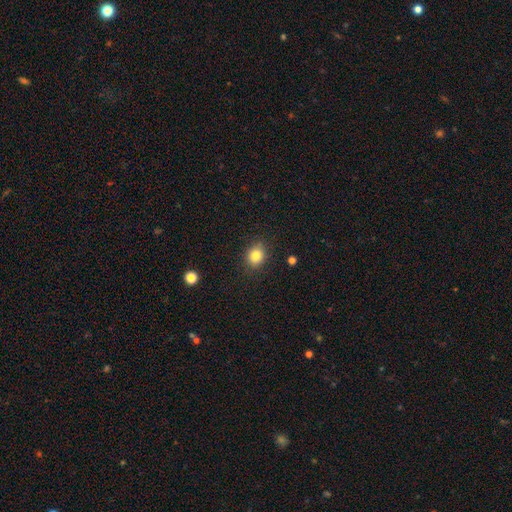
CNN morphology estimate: type=smooth (83%); roundness=round (63%); merging=none (86%).